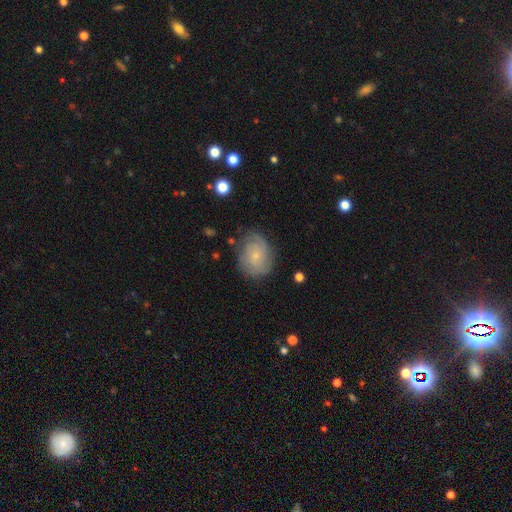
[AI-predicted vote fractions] featured or disk 49%, smooth 43%, star or artifact 8%. Down the decision tree: merging — none (71%).